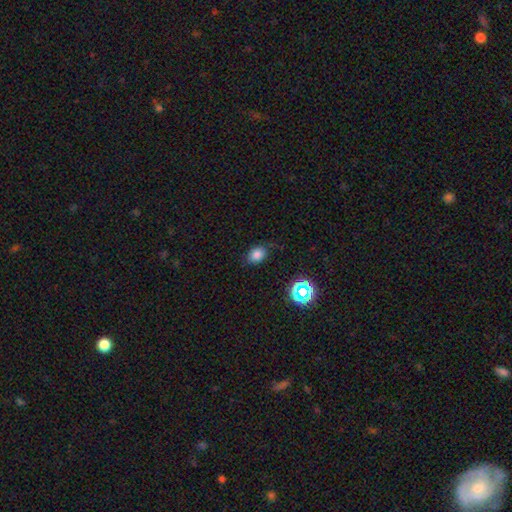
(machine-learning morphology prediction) Smooth or featured?
  - smooth: 77% *
  - star or artifact: 15%
  - featured or disk: 8%
How rounded?
  - in between: 66% *
  - round: 33%
  - cigar-shaped: 1%
Merging?
  - none: 73% *
  - minor disturbance: 20%
  - major disturbance: 5%
  - merger: 1%